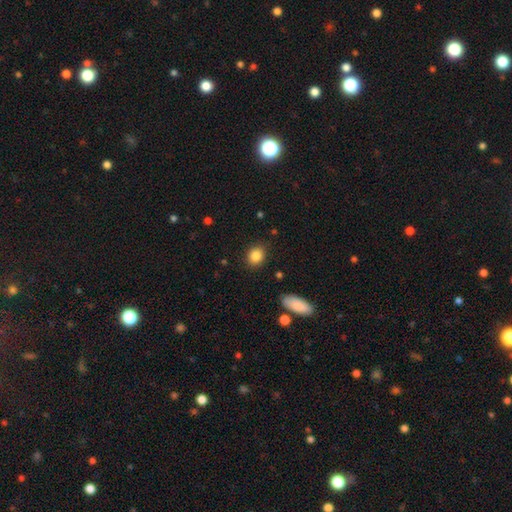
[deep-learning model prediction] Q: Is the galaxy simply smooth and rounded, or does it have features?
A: smooth — 86%.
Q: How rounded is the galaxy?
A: round — 59%.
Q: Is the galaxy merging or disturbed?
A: none — 85%.